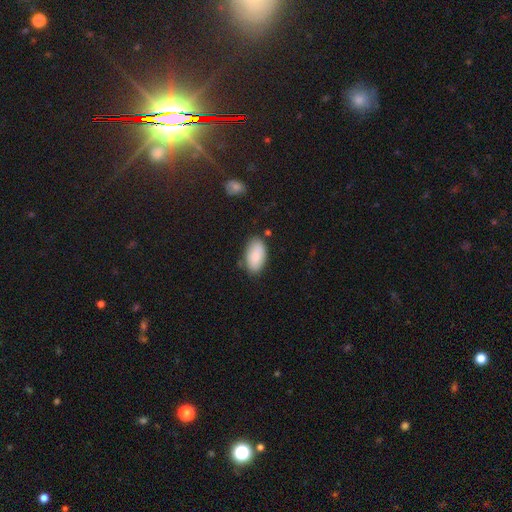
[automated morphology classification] A smooth galaxy with no disk features (86%) that is in between round and cigar-shaped (95%). Merging: none (78%).